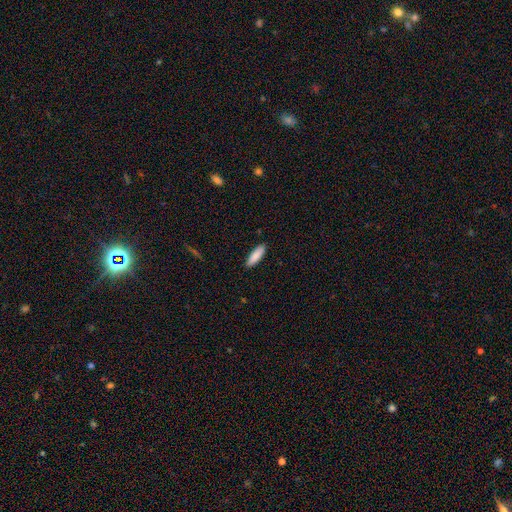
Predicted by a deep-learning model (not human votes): smooth-or-featured: smooth: 88% | featured or disk: 7% | star or artifact: 6%
  how-rounded: cigar-shaped: 57% | in between: 42% | round: 1%
  merging: none: 89% | minor disturbance: 8% | major disturbance: 2% | merger: 1%